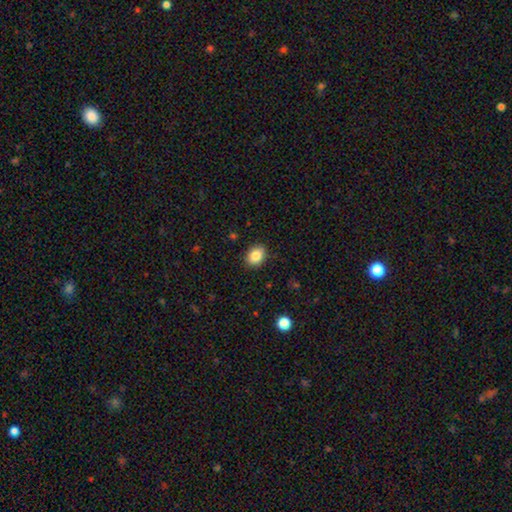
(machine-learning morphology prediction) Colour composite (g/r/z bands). It shows a smooth galaxy with no disk features (85%) that is in between round and cigar-shaped (63%). Merging: none (88%).